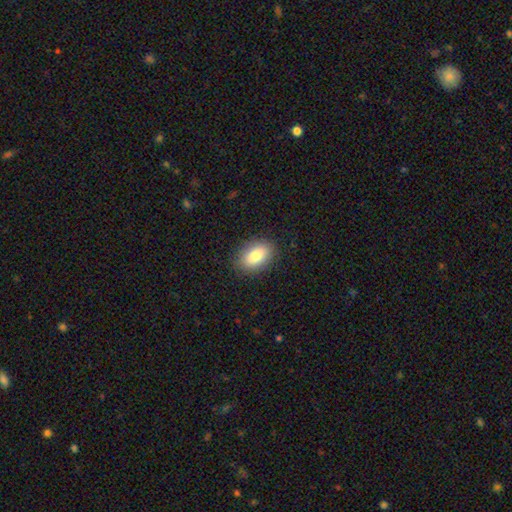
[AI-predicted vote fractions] smooth-or-featured: smooth: 81% | featured or disk: 11% | star or artifact: 7%
  how-rounded: in between: 89% | round: 9% | cigar-shaped: 2%
  merging: none: 87% | minor disturbance: 9% | major disturbance: 3% | merger: 1%